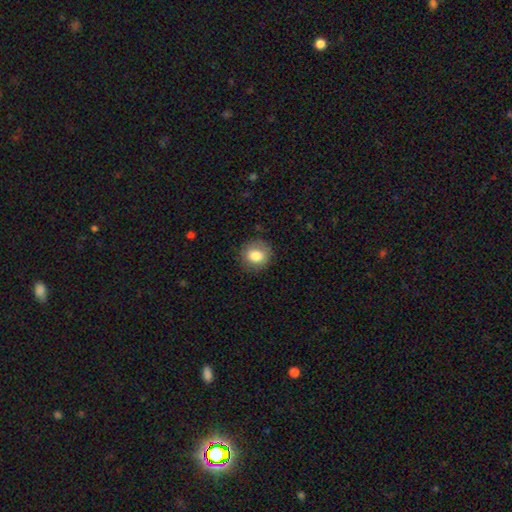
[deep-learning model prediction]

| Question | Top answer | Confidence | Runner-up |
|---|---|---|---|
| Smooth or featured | smooth | 81% | featured or disk (10%) |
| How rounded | round | 83% | in between (16%) |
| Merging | none | 85% | minor disturbance (11%) |